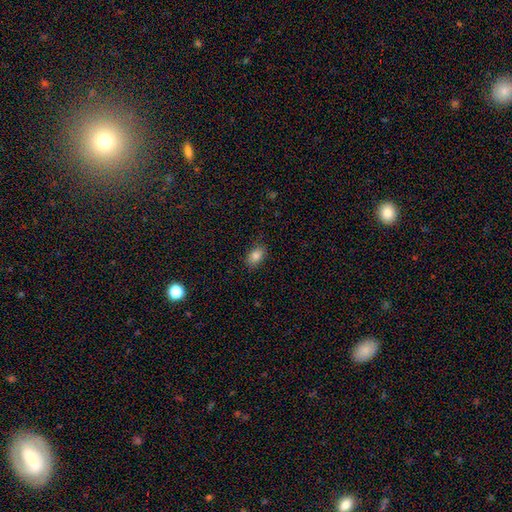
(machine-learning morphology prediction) Smooth or featured? smooth (85%)
How rounded? in between (87%)
Merging? none (84%)